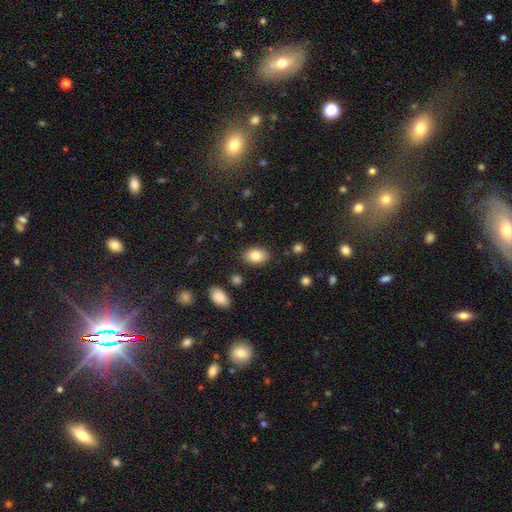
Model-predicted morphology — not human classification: smooth 82%, featured or disk 10%, star or artifact 8%. Down the decision tree: how rounded — in between (89%); merging — none (85%).